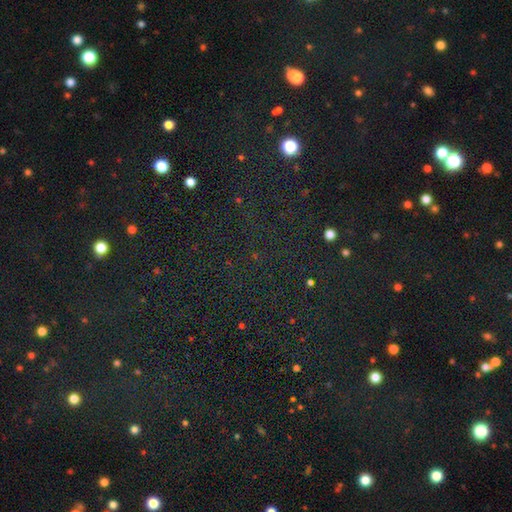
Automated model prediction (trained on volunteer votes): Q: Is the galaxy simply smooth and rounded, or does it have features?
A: star or artifact — 79%.